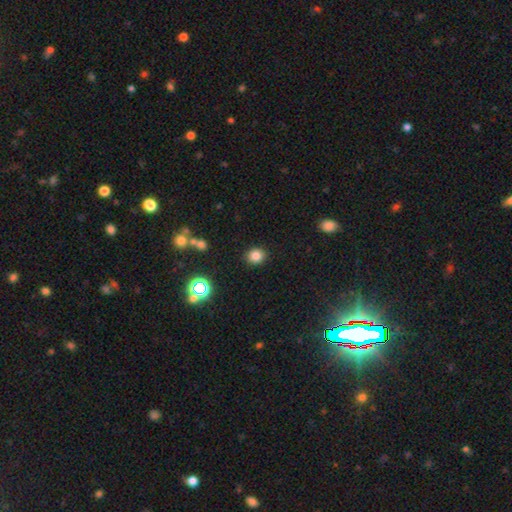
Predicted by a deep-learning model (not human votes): smooth-or-featured: smooth: 81% | star or artifact: 14% | featured or disk: 5%
  how-rounded: round: 83% | in between: 16% | cigar-shaped: 1%
  merging: none: 89% | minor disturbance: 7% | major disturbance: 2% | merger: 2%